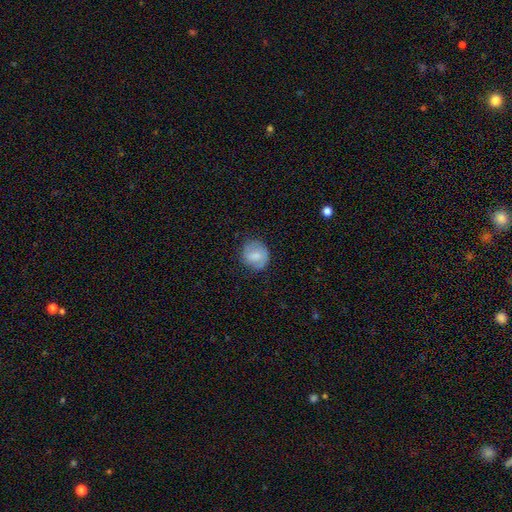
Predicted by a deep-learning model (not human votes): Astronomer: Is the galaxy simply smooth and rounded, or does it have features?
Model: smooth — 69%.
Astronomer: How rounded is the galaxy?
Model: round — 78%.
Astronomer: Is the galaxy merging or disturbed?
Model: none — 72%.